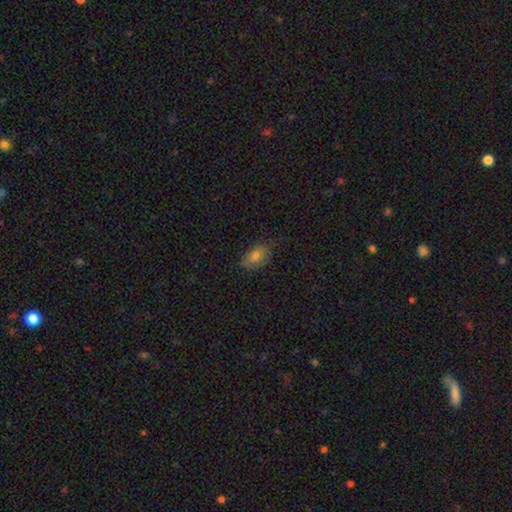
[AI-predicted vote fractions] Smooth or featured? smooth (75%)
How rounded? in between (89%)
Merging? none (72%)